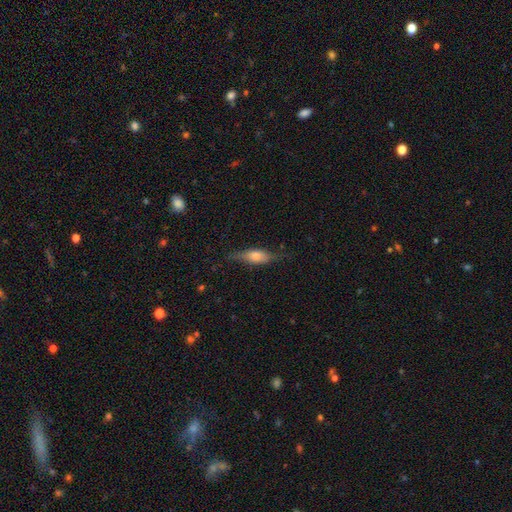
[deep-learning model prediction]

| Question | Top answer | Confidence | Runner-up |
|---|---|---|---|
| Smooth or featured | featured or disk | 49% | smooth (43%) |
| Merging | none | 73% | minor disturbance (20%) |